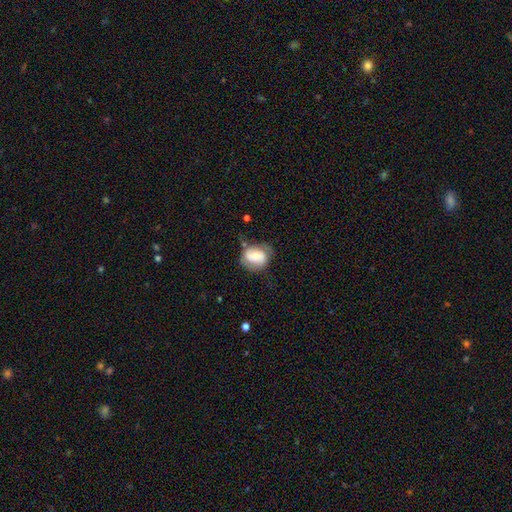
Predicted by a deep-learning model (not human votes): Q: Smooth or featured?
A: smooth (55%); runner-up: featured or disk (38%)
Q: How rounded?
A: in between (52%); runner-up: round (47%)
Q: Merging?
A: none (53%); runner-up: minor disturbance (30%)